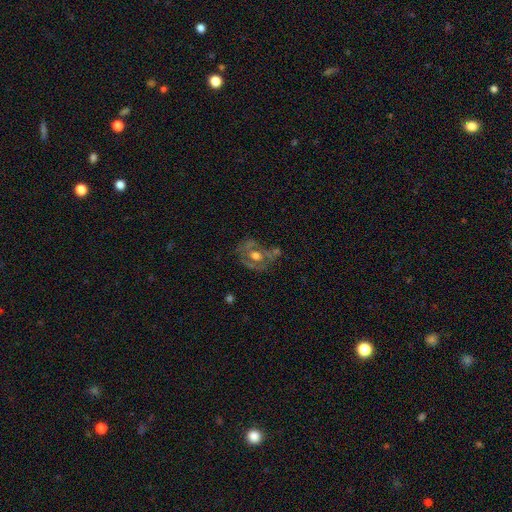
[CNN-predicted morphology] Smooth or featured?
  - featured or disk: 65% *
  - smooth: 27%
  - star or artifact: 9%
Edge-on disk?
  - no: 95% *
  - yes: 5%
Bar?
  - no: 71% *
  - weak: 22%
  - strong: 7%
Spiral arms?
  - no: 58% *
  - yes: 42%
Bulge size?
  - moderate: 68% *
  - large: 20%
  - small: 9%
  - none: 2%
  - dominant: 2%
Merging?
  - none: 45% *
  - minor disturbance: 23%
  - major disturbance: 19%
  - merger: 13%